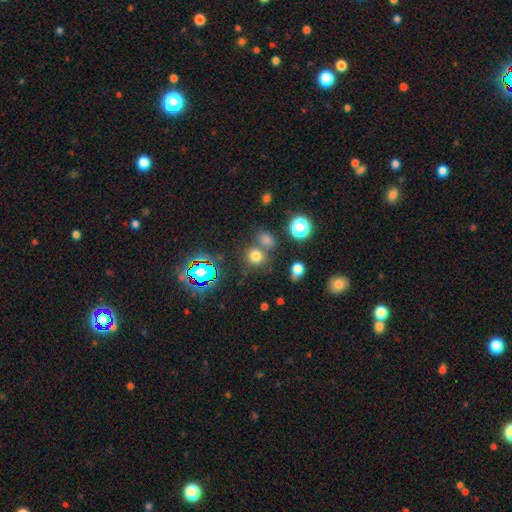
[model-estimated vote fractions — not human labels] smooth_or_featured: smooth (p=0.69) [alt: star or artifact p=0.23]
how_rounded: round (p=0.83) [alt: in between p=0.16]
merging: none (p=0.65) [alt: merger p=0.21]